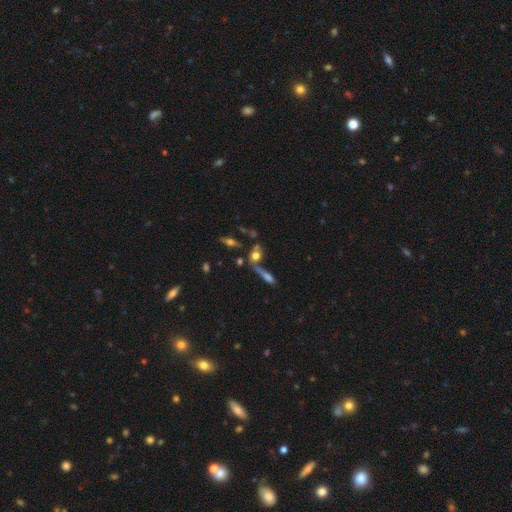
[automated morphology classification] This appears to be a smooth galaxy with no disk features (49%). Merging: none (45%).